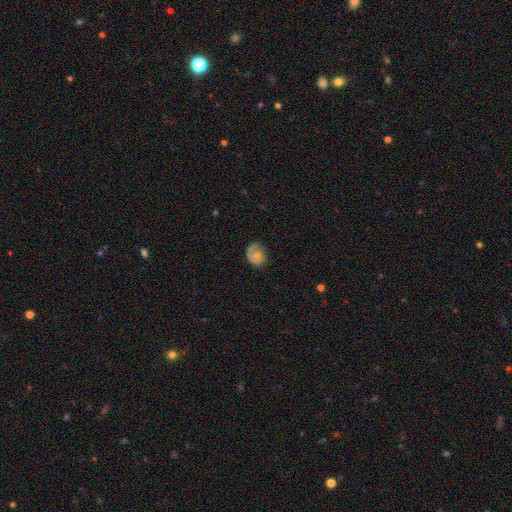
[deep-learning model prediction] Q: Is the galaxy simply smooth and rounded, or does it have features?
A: smooth — 49%.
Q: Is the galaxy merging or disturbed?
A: none — 57%.